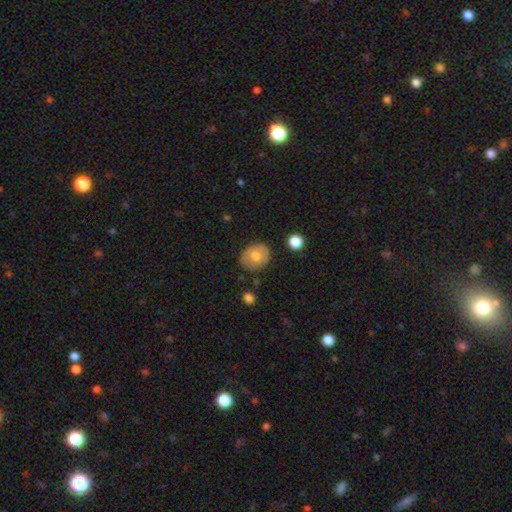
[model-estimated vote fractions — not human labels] Smooth or featured?
  - smooth: 62% *
  - featured or disk: 31%
  - star or artifact: 8%
How rounded?
  - round: 56% *
  - in between: 43%
  - cigar-shaped: 1%
Merging?
  - none: 79% *
  - minor disturbance: 15%
  - major disturbance: 4%
  - merger: 2%